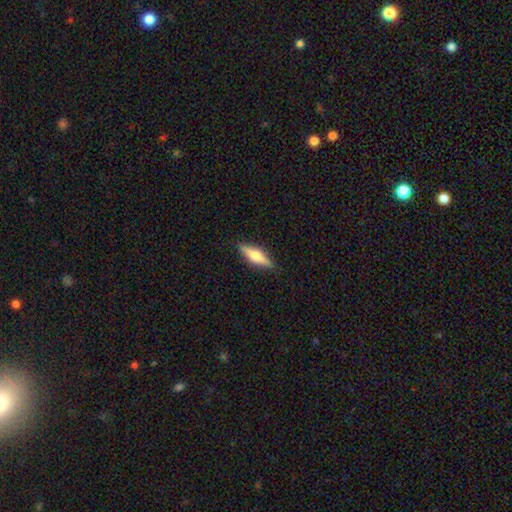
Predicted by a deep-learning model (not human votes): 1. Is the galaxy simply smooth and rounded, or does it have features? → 53% featured or disk, 41% smooth, 6% star or artifact.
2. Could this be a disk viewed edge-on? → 95% yes, 5% no.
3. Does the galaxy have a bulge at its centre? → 89% rounded, 7% boxy, 4% none.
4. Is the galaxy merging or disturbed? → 89% none, 8% minor disturbance, 2% major disturbance, 1% merger.